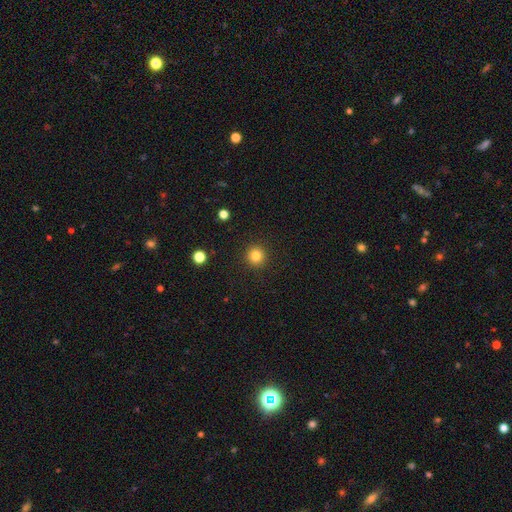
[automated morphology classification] The model was most divided on "smooth or featured": smooth: 82%, star or artifact: 12%, featured or disk: 5%. More confident: how rounded — round (96%); merging — none (93%).